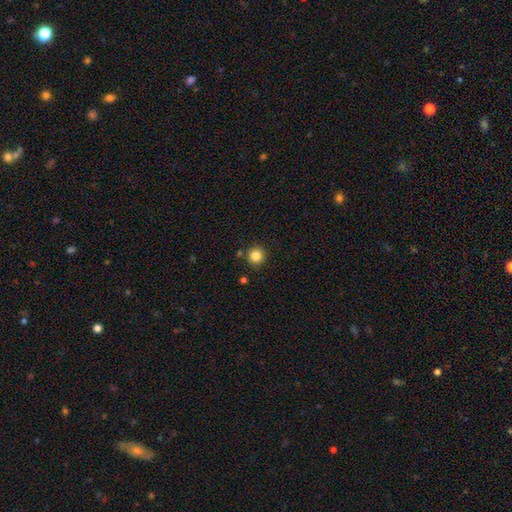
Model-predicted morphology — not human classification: This appears to be a smooth galaxy with no disk features (84%) that is round (94%). Merging: none (88%).